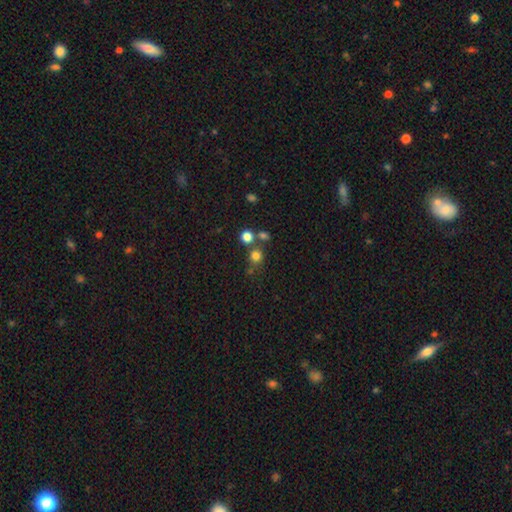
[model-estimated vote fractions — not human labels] A smooth galaxy with no disk features (75%) that is round (87%). Merging: none (65%).